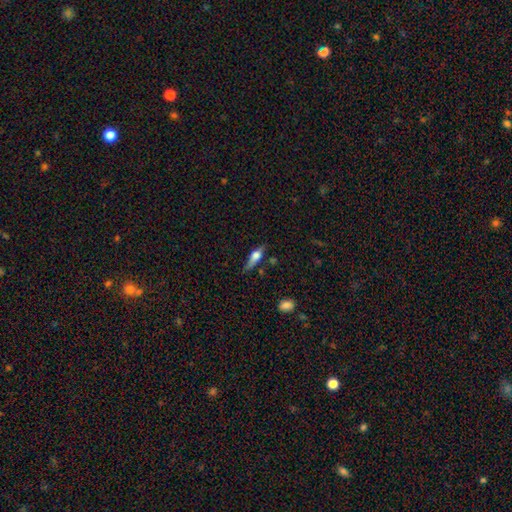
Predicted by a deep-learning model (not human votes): Q: Smooth or featured?
A: featured or disk (47%); runner-up: smooth (45%)
Q: Merging?
A: none (67%); runner-up: minor disturbance (23%)